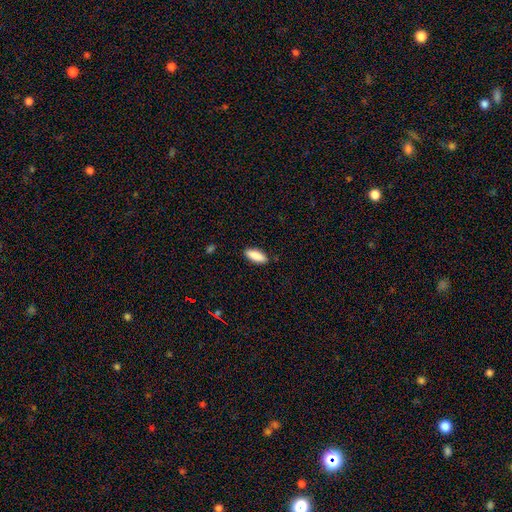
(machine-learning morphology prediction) Overall: smooth (89%). How rounded: in between (74%). Merging: none (88%).